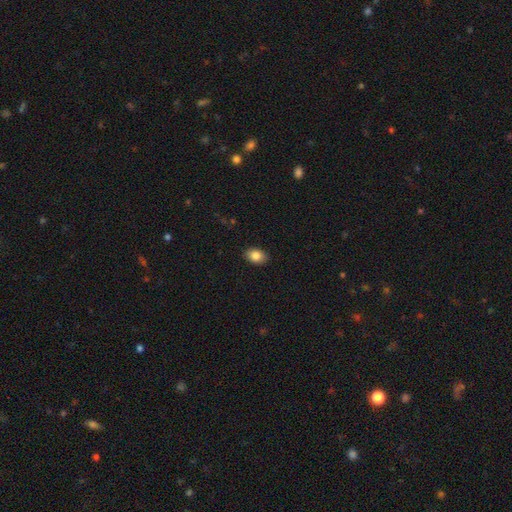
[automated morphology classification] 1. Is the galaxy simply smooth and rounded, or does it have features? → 85% smooth, 8% star or artifact, 7% featured or disk.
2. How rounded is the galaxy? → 81% in between, 18% round, 1% cigar-shaped.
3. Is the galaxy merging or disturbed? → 89% none, 8% minor disturbance, 2% major disturbance, 1% merger.